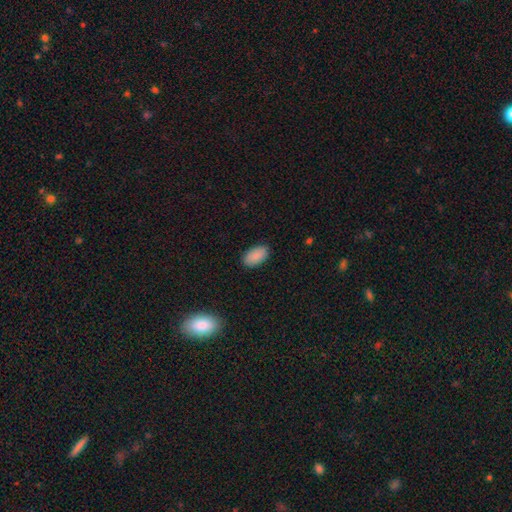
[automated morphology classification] Smooth or featured? smooth (88%)
How rounded? in between (94%)
Merging? none (88%)